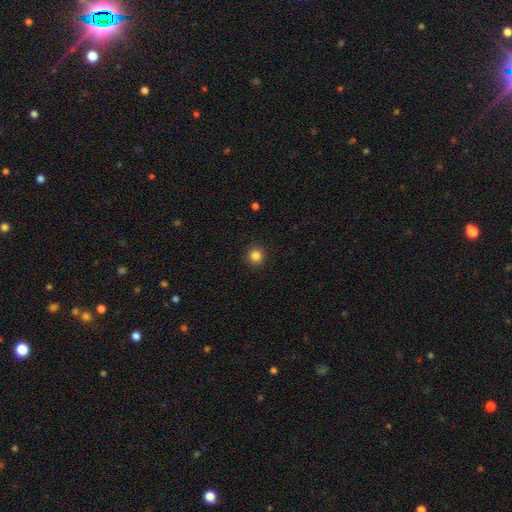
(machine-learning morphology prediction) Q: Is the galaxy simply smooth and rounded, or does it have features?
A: smooth — 85%.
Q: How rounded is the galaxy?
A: round — 93%.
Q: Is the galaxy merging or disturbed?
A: none — 92%.